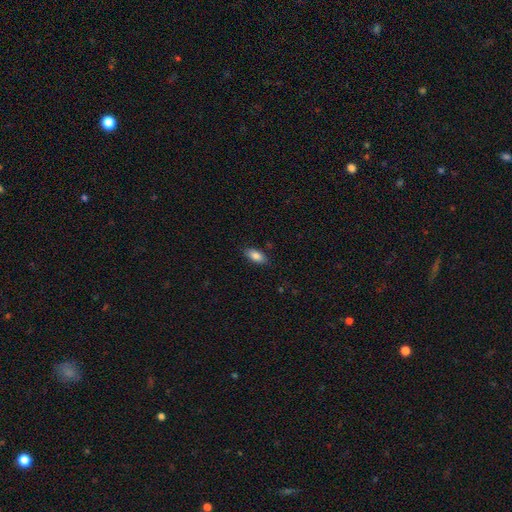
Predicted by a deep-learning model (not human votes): Smooth or featured? smooth (85%)
How rounded? in between (90%)
Merging? none (86%)